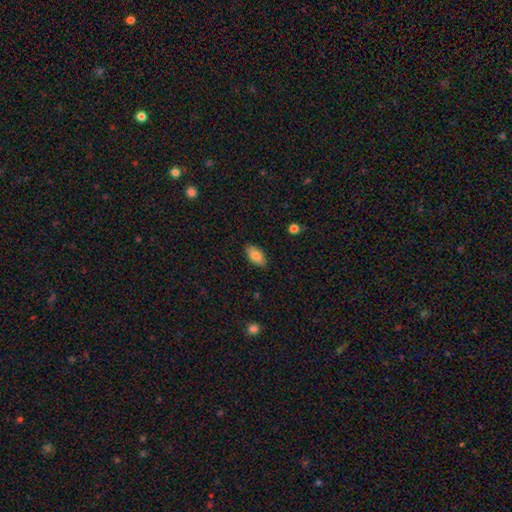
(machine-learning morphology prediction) Smooth or featured?
  - smooth: 82% *
  - featured or disk: 11%
  - star or artifact: 7%
How rounded?
  - in between: 93% *
  - cigar-shaped: 4%
  - round: 3%
Merging?
  - none: 87% *
  - minor disturbance: 10%
  - major disturbance: 2%
  - merger: 1%